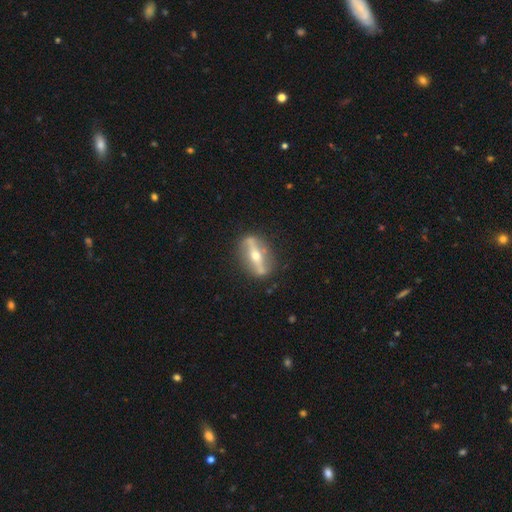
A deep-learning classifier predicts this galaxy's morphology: smooth_or_featured: featured or disk (p=0.80) [alt: smooth p=0.14]
disk_edge_on: yes (p=0.64) [alt: no p=0.36]
edge_on_bulge: rounded (p=0.95) [alt: boxy p=0.03]
merging: none (p=0.83) [alt: minor disturbance p=0.11]